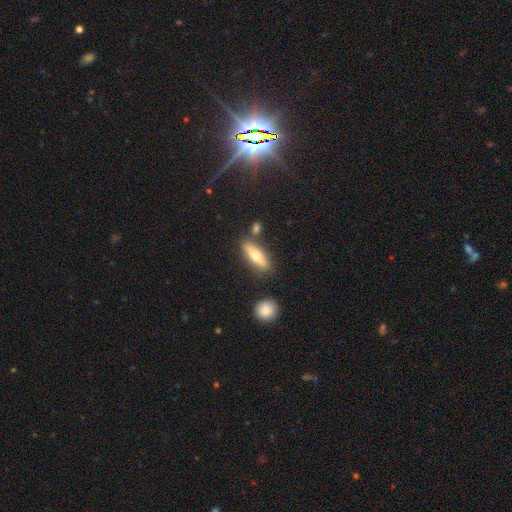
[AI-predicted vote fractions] This appears to be a smooth galaxy with no disk features (60%) that is cigar-shaped (55%). Merging: none (77%).